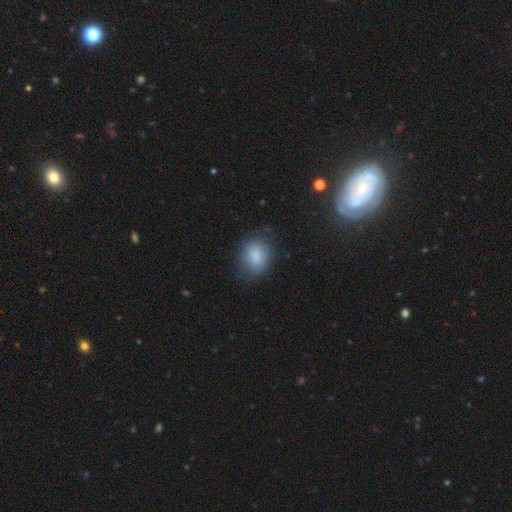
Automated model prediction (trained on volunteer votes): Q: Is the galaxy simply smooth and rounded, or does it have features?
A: smooth — 85%.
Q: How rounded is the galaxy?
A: in between — 62%.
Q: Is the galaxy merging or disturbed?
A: none — 73%.